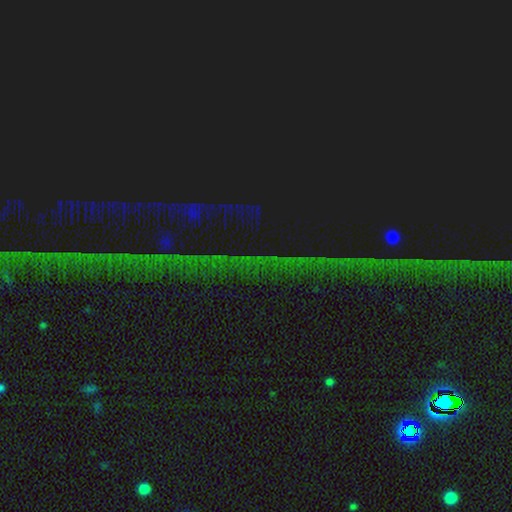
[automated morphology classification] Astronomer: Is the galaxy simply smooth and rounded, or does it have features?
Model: star or artifact — 86%.